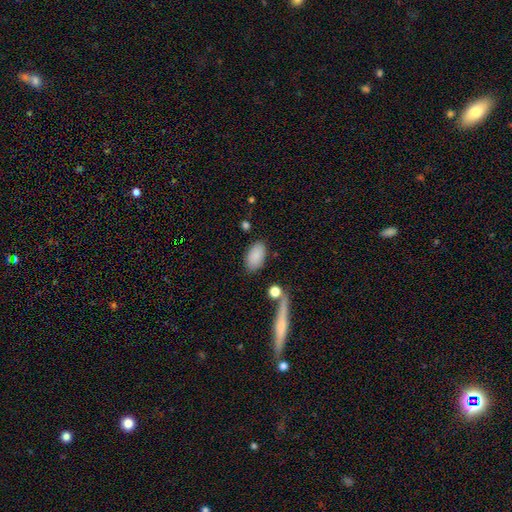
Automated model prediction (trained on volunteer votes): This appears to be a smooth galaxy with no disk features (87%) that is in between round and cigar-shaped (94%). Merging: none (78%).